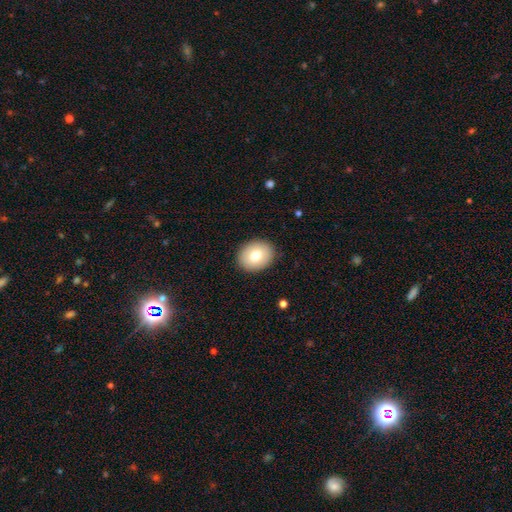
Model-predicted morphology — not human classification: smooth_or_featured: smooth (p=0.77) [alt: featured or disk p=0.15]
how_rounded: round (p=0.53) [alt: in between p=0.46]
merging: none (p=0.89) [alt: minor disturbance p=0.08]